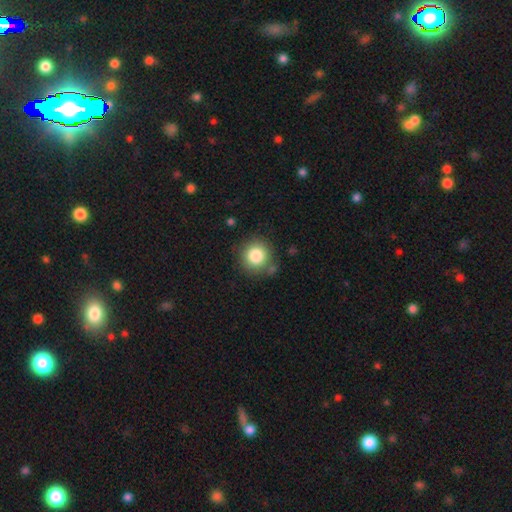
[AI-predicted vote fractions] Morphology: type=smooth (83%); roundness=round (93%); merging=none (82%).